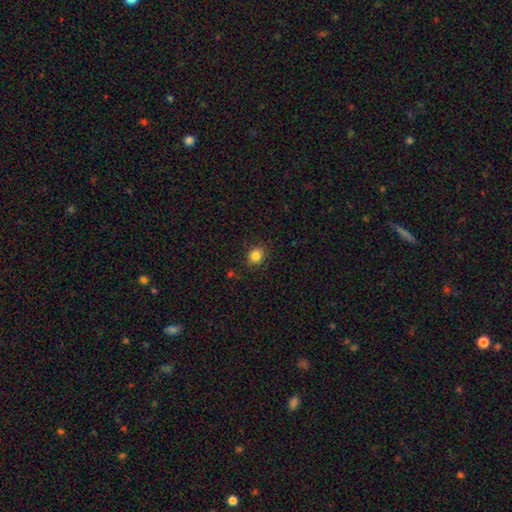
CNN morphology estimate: This is clearly a smooth galaxy (84%). How rounded: likely round (76%). Merging: clearly none (87%).